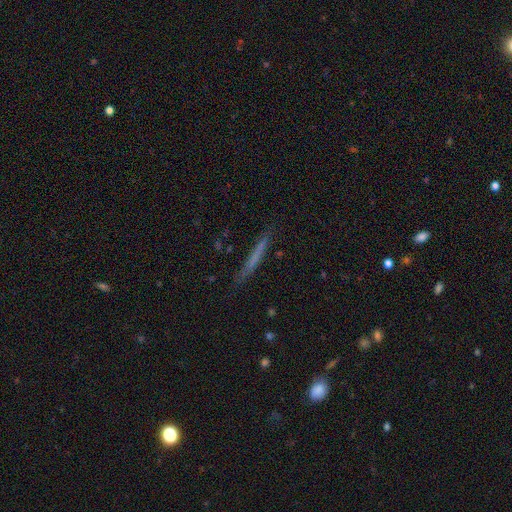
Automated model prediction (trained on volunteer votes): The model was most divided on "smooth or featured": smooth: 57%, featured or disk: 35%, star or artifact: 8%. More confident: how rounded — cigar-shaped (96%); merging — none (86%).